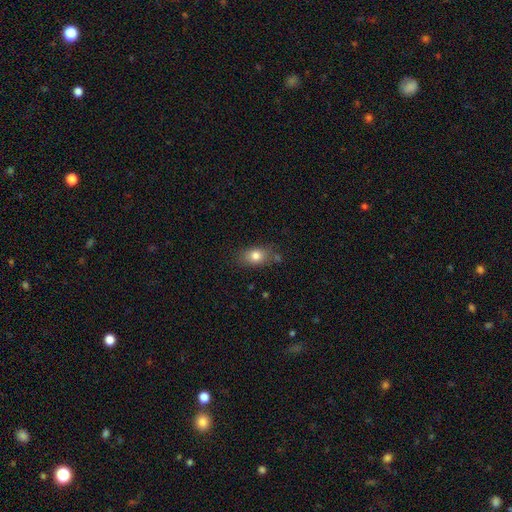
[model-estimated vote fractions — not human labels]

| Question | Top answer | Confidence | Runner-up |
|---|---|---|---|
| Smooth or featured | smooth | 80% | featured or disk (10%) |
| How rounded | in between | 75% | round (22%) |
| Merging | none | 74% | minor disturbance (18%) |